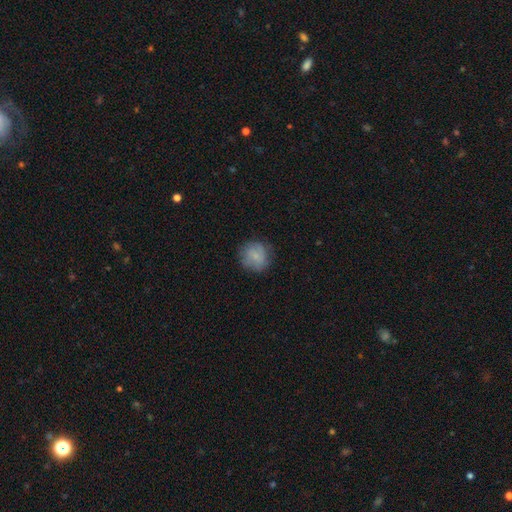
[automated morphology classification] This appears to be a smooth galaxy with no disk features (70%) that is round (89%). Merging: none (74%).